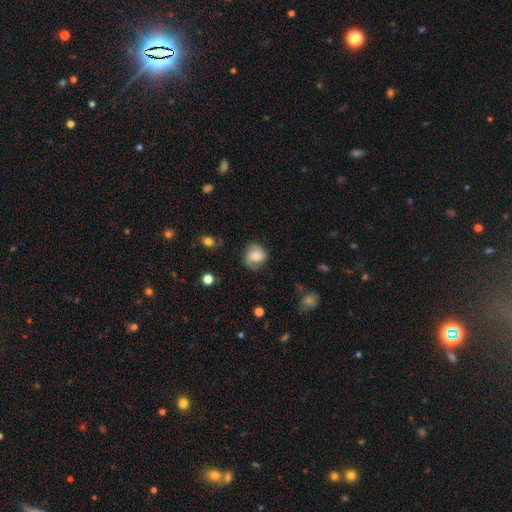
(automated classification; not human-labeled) Morphology: type=smooth (64%); roundness=round (77%); merging=none (66%).